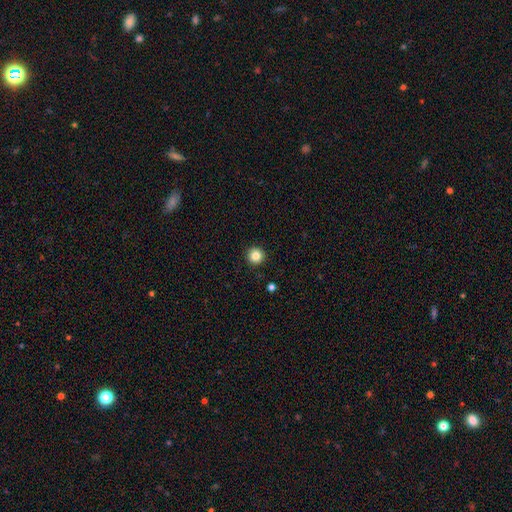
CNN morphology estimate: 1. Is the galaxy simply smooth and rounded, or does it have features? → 84% smooth, 11% star or artifact, 5% featured or disk.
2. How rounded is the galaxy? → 96% round, 3% in between, 1% cigar-shaped.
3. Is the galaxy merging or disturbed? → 93% none, 5% minor disturbance, 1% major disturbance, 1% merger.